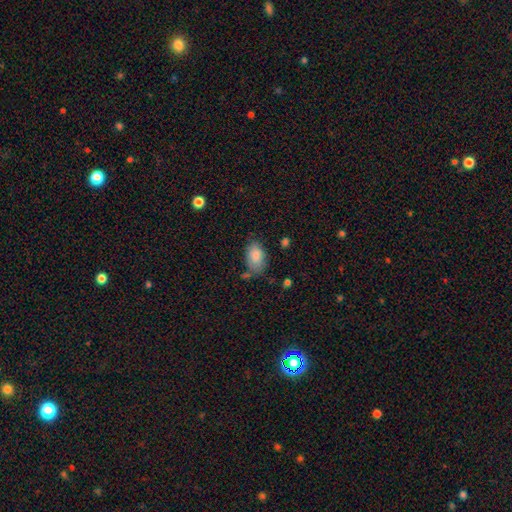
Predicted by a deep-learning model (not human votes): smooth_or_featured: smooth (p=0.86) [alt: featured or disk p=0.07]
how_rounded: in between (p=0.91) [alt: round p=0.08]
merging: none (p=0.65) [alt: minor disturbance p=0.23]